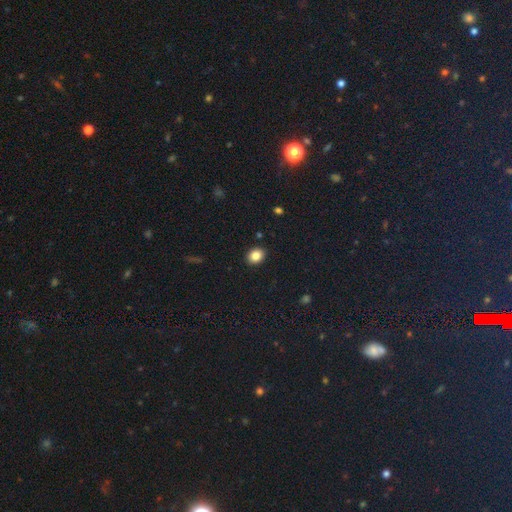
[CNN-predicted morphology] Smooth or featured: smooth — 84% (star or artifact — 10%)
How rounded: round — 51% (in between — 48%)
Merging: none — 90% (minor disturbance — 7%)